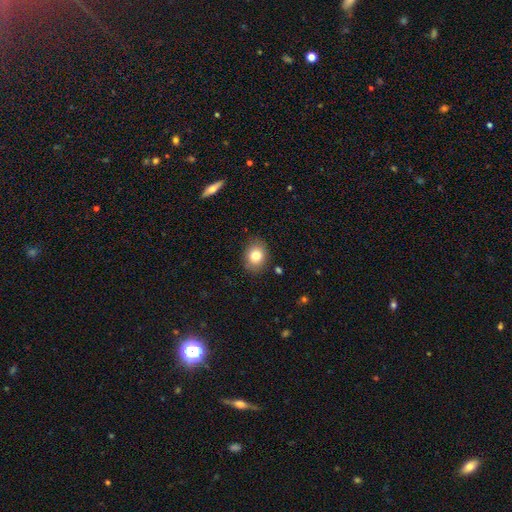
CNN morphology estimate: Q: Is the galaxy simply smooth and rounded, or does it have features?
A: smooth — 80%.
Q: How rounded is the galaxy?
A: round — 52%.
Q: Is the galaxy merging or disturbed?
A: none — 84%.